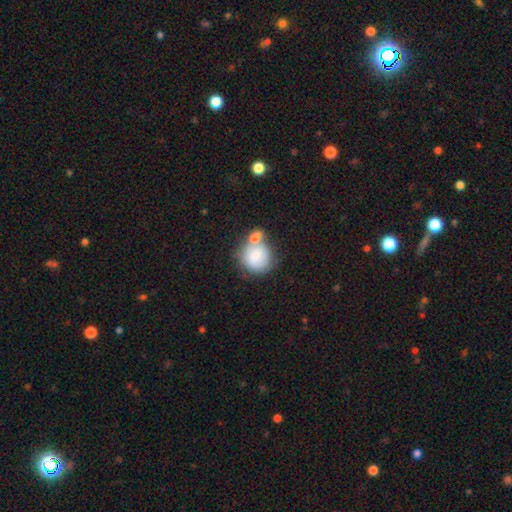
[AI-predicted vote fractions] Smooth or featured? Predicted: smooth (p=0.76). How rounded? Predicted: round (p=0.82). Merging? Predicted: merger (p=0.47).